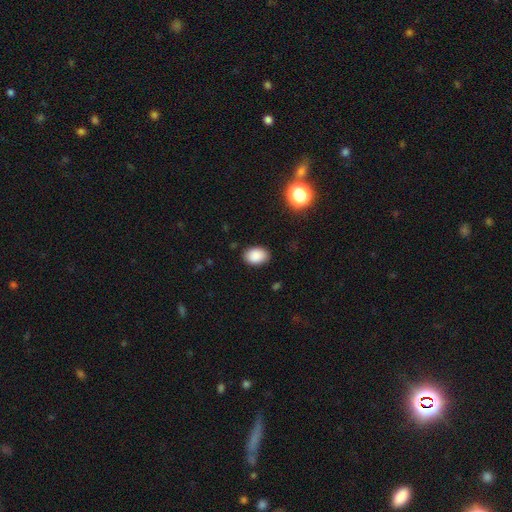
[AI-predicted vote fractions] Overall: smooth (88%). How rounded: in between (80%). Merging: none (87%).